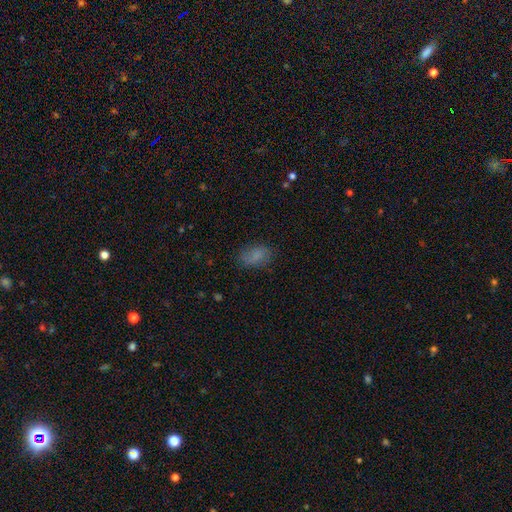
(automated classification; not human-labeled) smooth_or_featured: smooth (p=0.78) [alt: featured or disk p=0.12]
how_rounded: in between (p=0.89) [alt: round p=0.09]
merging: none (p=0.76) [alt: minor disturbance p=0.18]